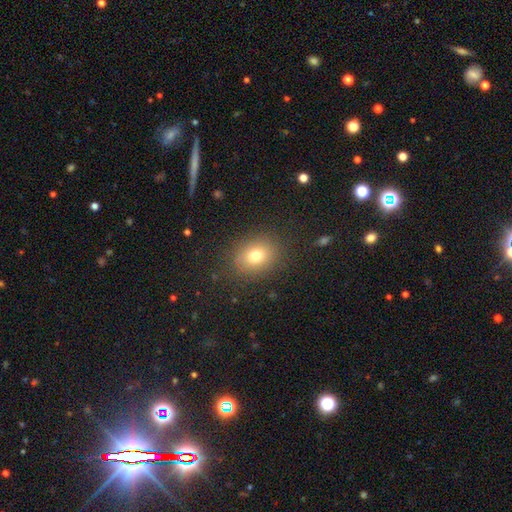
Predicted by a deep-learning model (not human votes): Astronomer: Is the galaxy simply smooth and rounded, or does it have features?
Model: smooth — 76%.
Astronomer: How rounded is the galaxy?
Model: round — 54% (runner-up: in between, 45%).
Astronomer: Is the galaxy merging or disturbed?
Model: none — 85%.